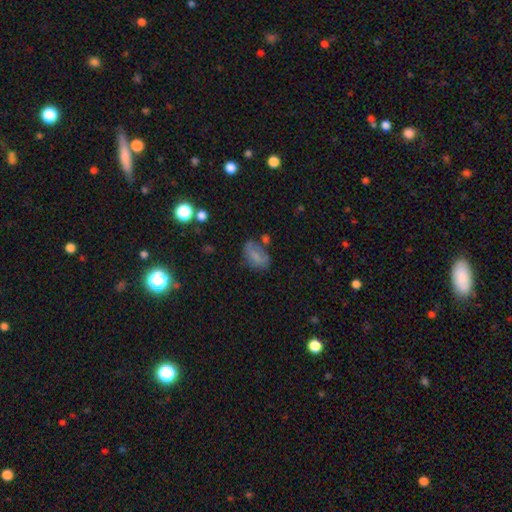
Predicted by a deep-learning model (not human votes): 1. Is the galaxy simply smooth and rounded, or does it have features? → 70% smooth, 18% featured or disk, 12% star or artifact.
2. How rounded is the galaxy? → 87% in between, 10% round, 3% cigar-shaped.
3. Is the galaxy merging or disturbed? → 56% none, 25% minor disturbance, 11% major disturbance, 8% merger.